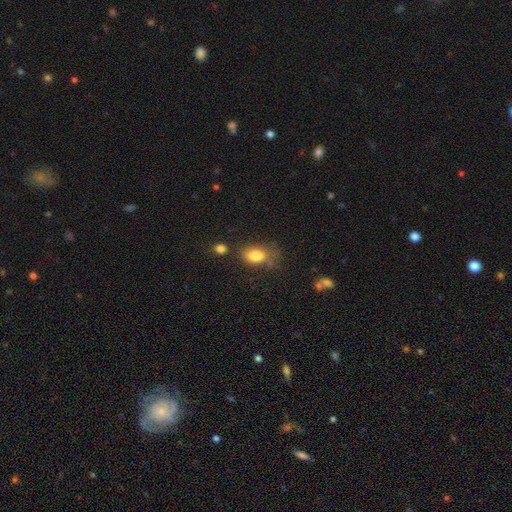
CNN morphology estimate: Smooth or featured? Predicted: smooth (p=0.83). How rounded? Predicted: in between (p=0.82). Merging? Predicted: none (p=0.56).